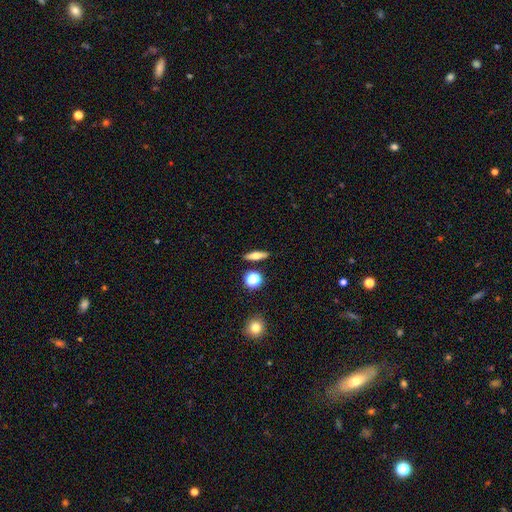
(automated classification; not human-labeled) Smooth or featured: smooth — 53% (featured or disk — 36%)
How rounded: cigar-shaped — 53% (in between — 35%)
Merging: none — 87% (minor disturbance — 8%)